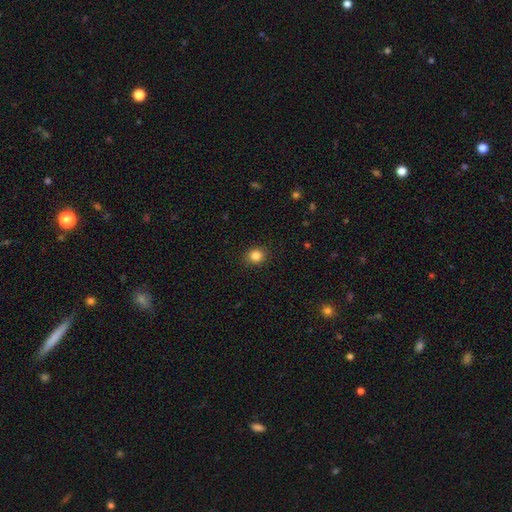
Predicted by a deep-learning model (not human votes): Overall: smooth (85%). How rounded: round (79%). Merging: none (90%).